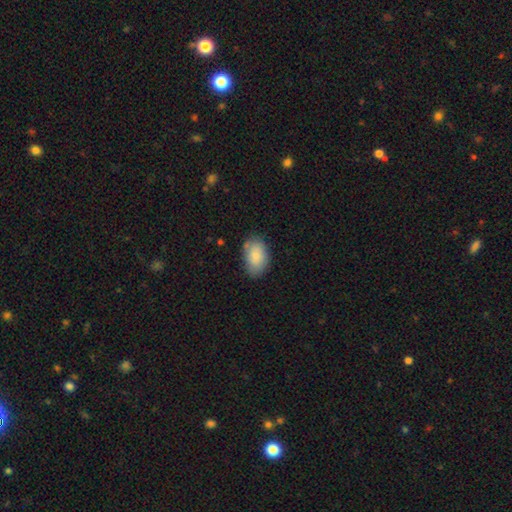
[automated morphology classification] smooth_or_featured: smooth (p=0.80) [alt: featured or disk p=0.13]
how_rounded: in between (p=0.89) [alt: round p=0.10]
merging: none (p=0.78) [alt: minor disturbance p=0.17]